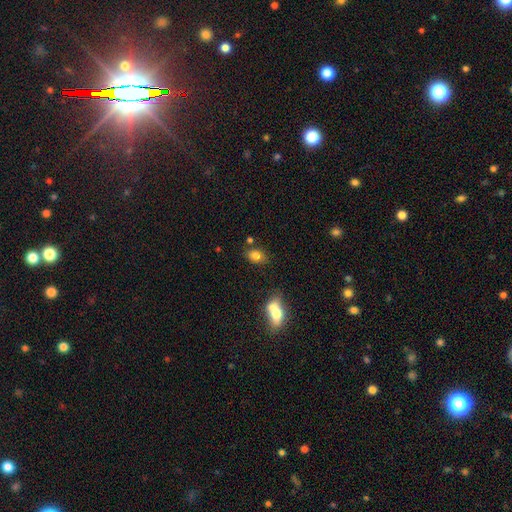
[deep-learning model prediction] This is clearly a smooth galaxy (81%). How rounded: likely in between (74%). Merging: likely none (71%).